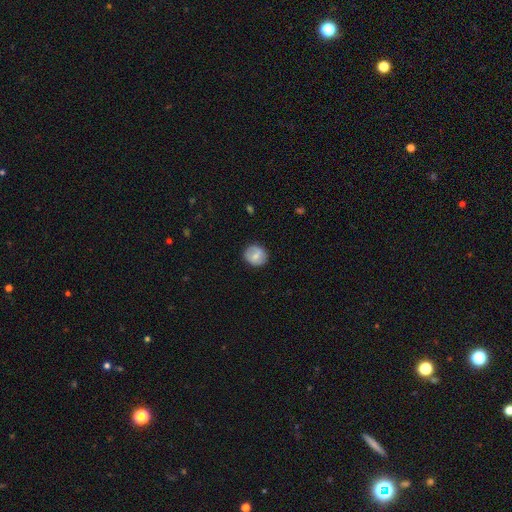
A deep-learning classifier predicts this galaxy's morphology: The model was most divided on "smooth or featured": smooth: 66%, featured or disk: 26%, star or artifact: 7%. More confident: merging — none (84%); how rounded — round (81%).